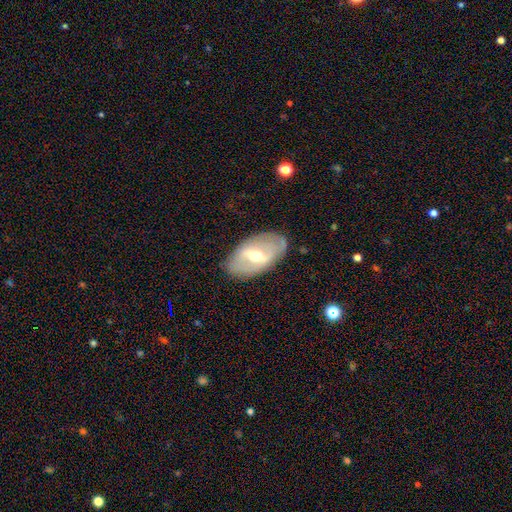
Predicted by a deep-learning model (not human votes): Smooth or featured? featured or disk (67%)
Edge-on disk? no (89%)
Bar? strong (44%)
Spiral arms? no (54%)
Bulge size? moderate (70%)
Merging? none (79%)